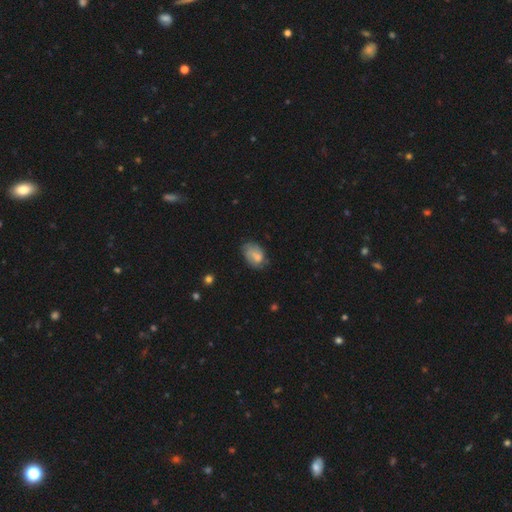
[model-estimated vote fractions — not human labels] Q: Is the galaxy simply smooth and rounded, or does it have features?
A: smooth — 66%.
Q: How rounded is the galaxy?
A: in between — 83%.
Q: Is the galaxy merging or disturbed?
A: none — 50%.